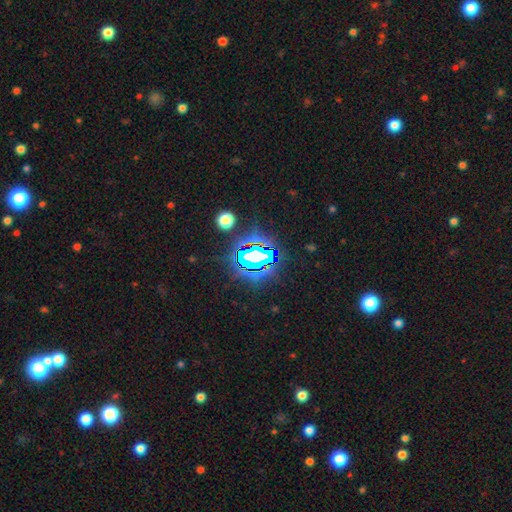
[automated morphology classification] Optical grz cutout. It shows a star or artifact, not a galaxy (71%).